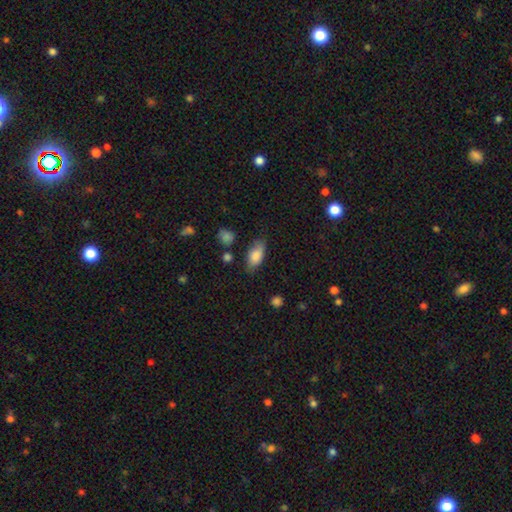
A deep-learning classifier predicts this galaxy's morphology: Overall: smooth (82%). How rounded: in between (88%). Merging: none (73%).